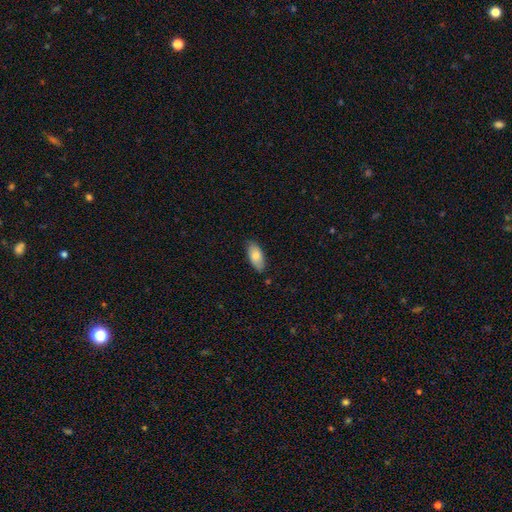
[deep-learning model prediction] The model was most divided on "smooth or featured": smooth: 79%, featured or disk: 15%, star or artifact: 6%. More confident: how rounded — in between (89%); merging — none (82%).